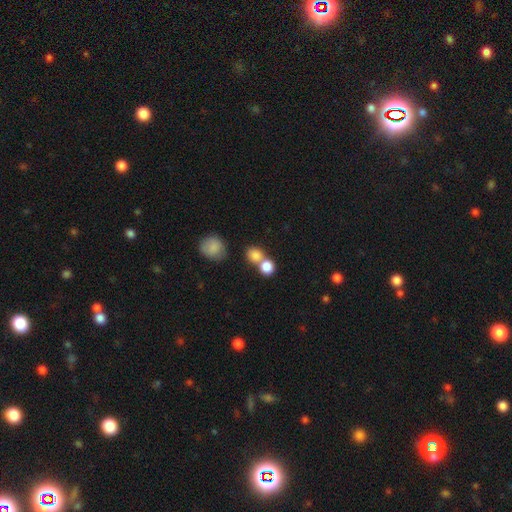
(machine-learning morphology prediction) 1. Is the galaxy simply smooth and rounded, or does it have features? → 82% smooth, 11% star or artifact, 7% featured or disk.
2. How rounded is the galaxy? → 78% round, 21% in between, 1% cigar-shaped.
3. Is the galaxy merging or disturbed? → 48% merger, 42% none, 7% minor disturbance, 3% major disturbance.